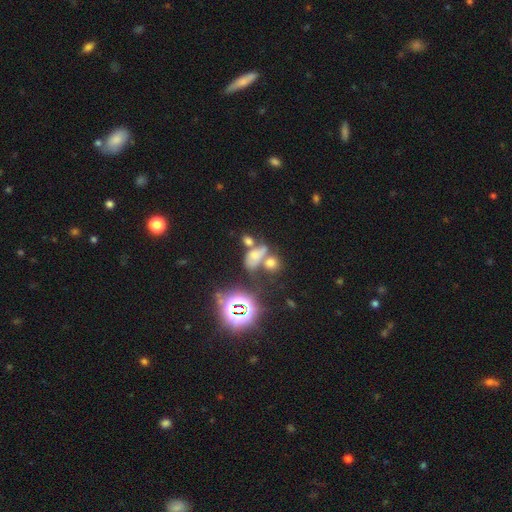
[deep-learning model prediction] This appears to be a smooth galaxy with no disk features (49%). Merging: merger (47%).